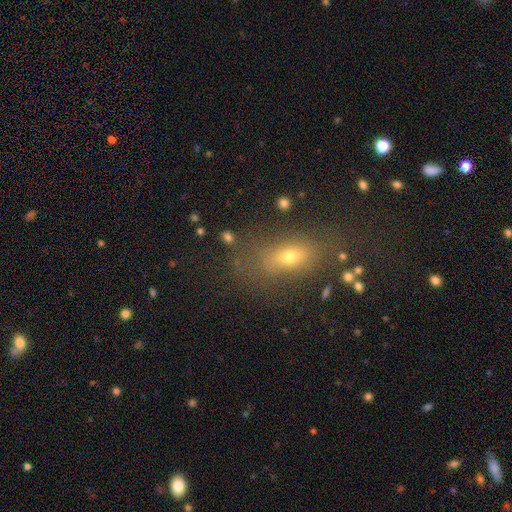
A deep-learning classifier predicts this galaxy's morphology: This appears to be a smooth galaxy with no disk features (58%) that is in between round and cigar-shaped (73%). Merging: none (76%).